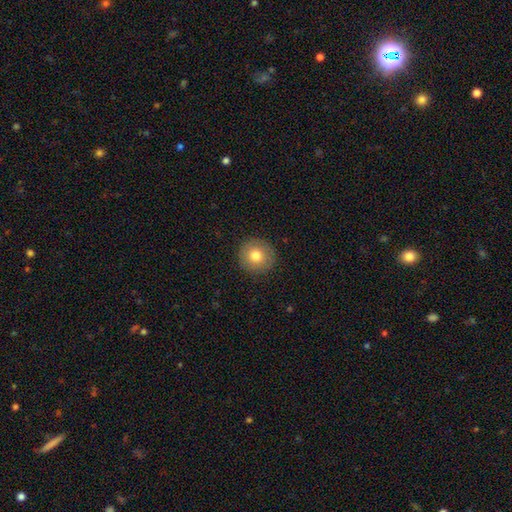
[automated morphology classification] A smooth galaxy with no disk features (78%) that is round (95%). Merging: none (91%).